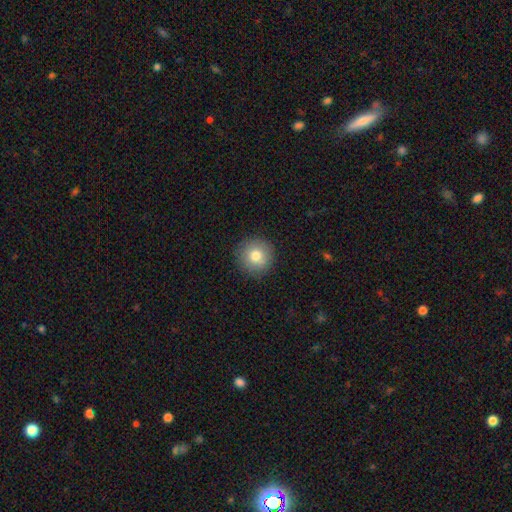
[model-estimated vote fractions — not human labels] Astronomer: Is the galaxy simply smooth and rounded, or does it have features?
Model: smooth — 79%.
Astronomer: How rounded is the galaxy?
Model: round — 95%.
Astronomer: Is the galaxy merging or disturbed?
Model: none — 89%.